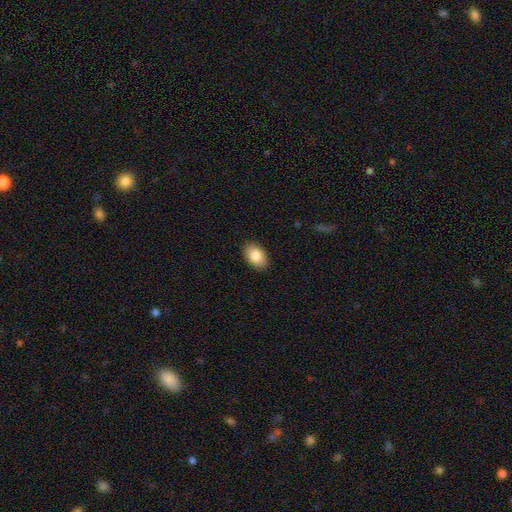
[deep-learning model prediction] Q: Smooth or featured?
A: smooth (85%); runner-up: featured or disk (8%)
Q: How rounded?
A: in between (90%); runner-up: round (9%)
Q: Merging?
A: none (89%); runner-up: minor disturbance (8%)